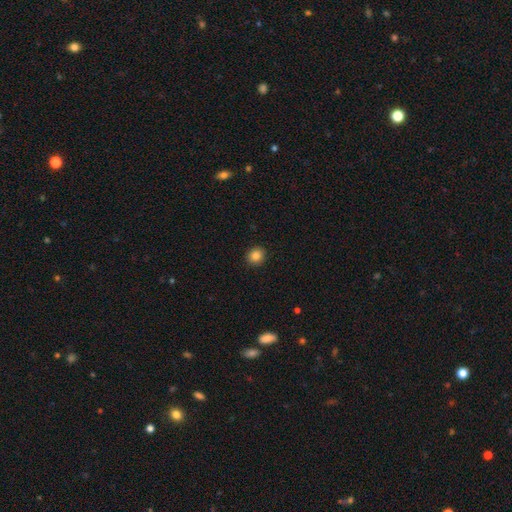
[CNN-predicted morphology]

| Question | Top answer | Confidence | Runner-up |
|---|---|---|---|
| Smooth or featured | smooth | 85% | star or artifact (11%) |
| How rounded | round | 84% | in between (15%) |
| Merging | none | 92% | minor disturbance (5%) |